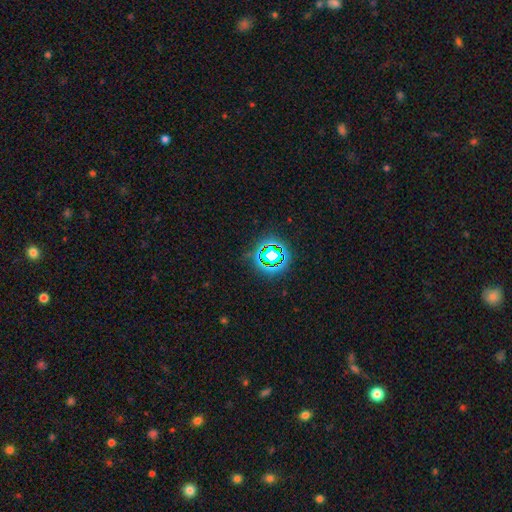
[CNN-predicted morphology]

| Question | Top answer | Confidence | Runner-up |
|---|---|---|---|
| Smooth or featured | star or artifact | 75% | smooth (16%) |